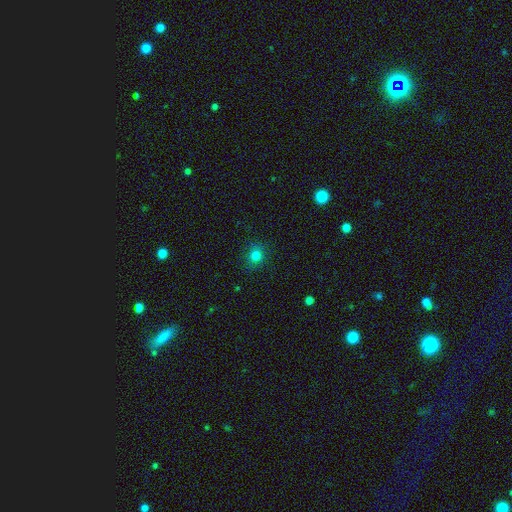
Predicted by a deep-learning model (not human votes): Smooth or featured: smooth — 79% (star or artifact — 15%)
How rounded: round — 79% (in between — 20%)
Merging: none — 88% (minor disturbance — 9%)